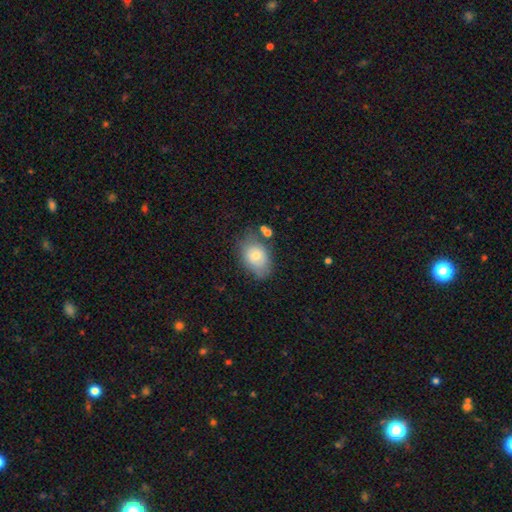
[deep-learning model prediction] This appears to be a smooth galaxy with no disk features (72%) that is in between round and cigar-shaped (80%). Merging: none (60%).